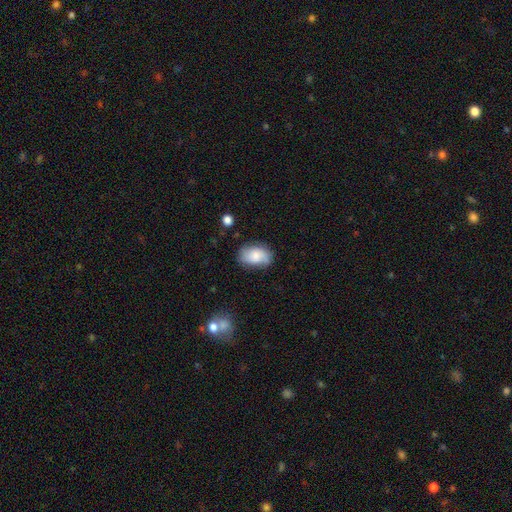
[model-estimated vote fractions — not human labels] The model was most divided on "smooth or featured": smooth: 67%, featured or disk: 26%, star or artifact: 8%. More confident: how rounded — in between (87%); merging — none (69%).